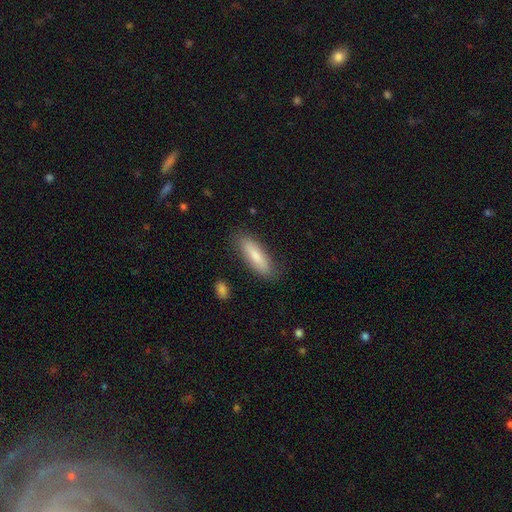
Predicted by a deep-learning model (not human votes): This appears to be a smooth galaxy with no disk features (80%) that is cigar-shaped (53%). Merging: none (84%).